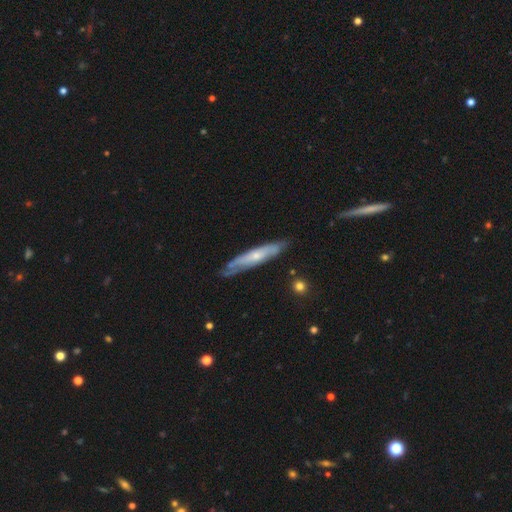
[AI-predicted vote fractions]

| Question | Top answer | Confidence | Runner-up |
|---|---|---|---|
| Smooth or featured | featured or disk | 60% | smooth (35%) |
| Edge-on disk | yes | 57% | no (43%) |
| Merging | none | 71% | minor disturbance (22%) |